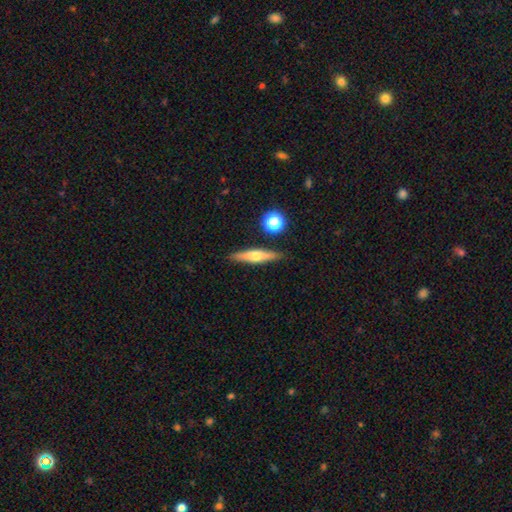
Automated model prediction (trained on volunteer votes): Smooth or featured: featured or disk — 51% (smooth — 41%)
Edge-on disk: yes — 94% (no — 6%)
Merging: none — 88% (minor disturbance — 8%)